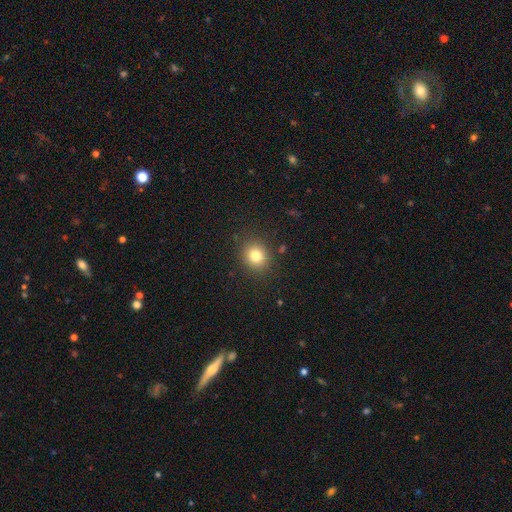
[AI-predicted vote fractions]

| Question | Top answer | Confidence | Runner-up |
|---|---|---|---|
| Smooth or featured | smooth | 79% | star or artifact (13%) |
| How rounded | round | 80% | in between (19%) |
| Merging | none | 88% | minor disturbance (8%) |